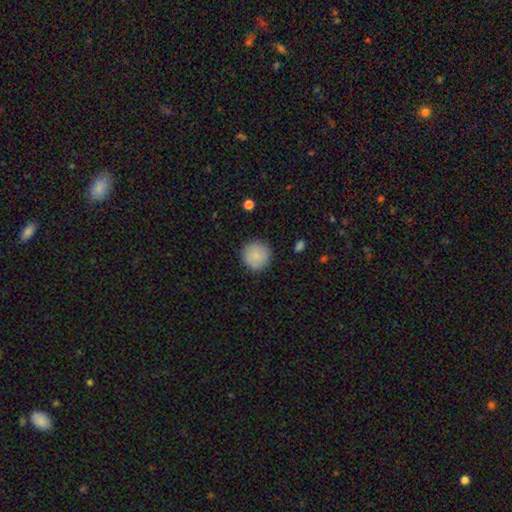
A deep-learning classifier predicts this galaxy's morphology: smooth-or-featured: smooth: 86% | star or artifact: 7% | featured or disk: 6%
  how-rounded: round: 95% | in between: 4% | cigar-shaped: 1%
  merging: none: 88% | minor disturbance: 8% | major disturbance: 2% | merger: 1%